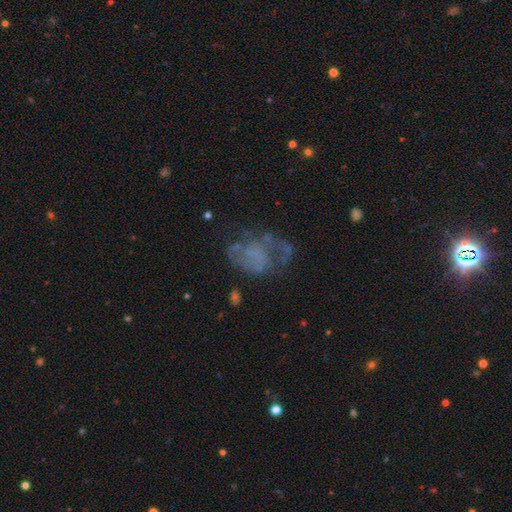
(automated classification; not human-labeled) featured or disk 59%, smooth 25%, star or artifact 15%. Down the decision tree: edge-on disk — no (98%); bar — no (84%); spiral arms — no (65%); bulge size — none (77%); merging — none (41%).